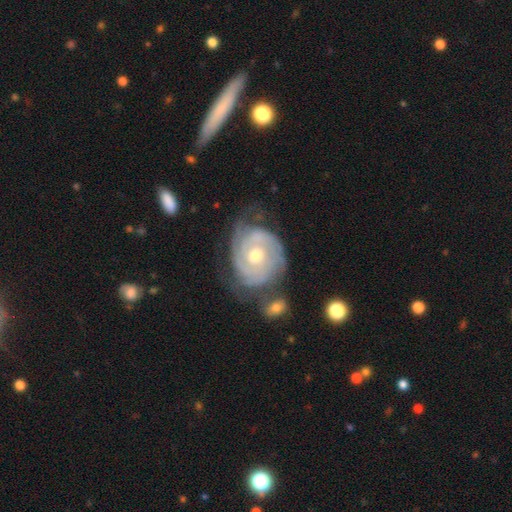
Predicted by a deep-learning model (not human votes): A featured or disk galaxy (85%) with no bar (70%), 2 (31%) tight (72%) spiral arms (93%) and a moderate central bulge (70%).

Vote fractions:
- Smooth or featured? featured or disk: 85% / smooth: 10% / star or artifact: 5%
- Edge-on disk? no: 97% / yes: 3%
- Bar? no: 70% / weak: 24% / strong: 6%
- Spiral arms? yes: 93% / no: 7%
- Spiral winding? tight: 72% / medium: 22% / loose: 6%
- Spiral arm count? 2: 31% / can't tell: 29% / 3: 24% / 4: 7% / 1: 5% / more than 4: 4%
- Bulge size? moderate: 70% / small: 25% / large: 3% / none: 1% / dominant: 1%
- Merging? none: 58% / minor disturbance: 24% / major disturbance: 13% / merger: 5%